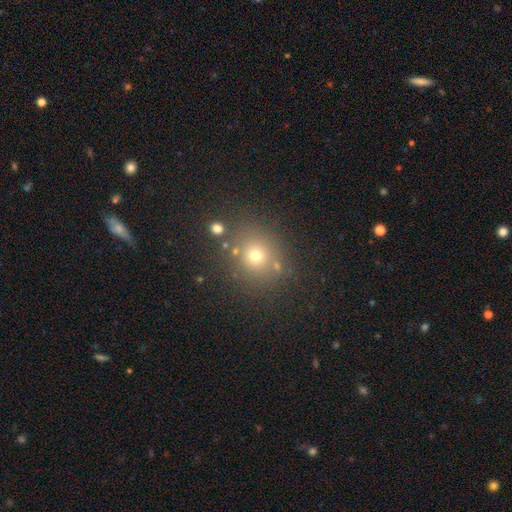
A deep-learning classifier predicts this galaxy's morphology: Smooth or featured: smooth — 66% (star or artifact — 23%)
How rounded: round — 82% (in between — 17%)
Merging: none — 78% (minor disturbance — 10%)